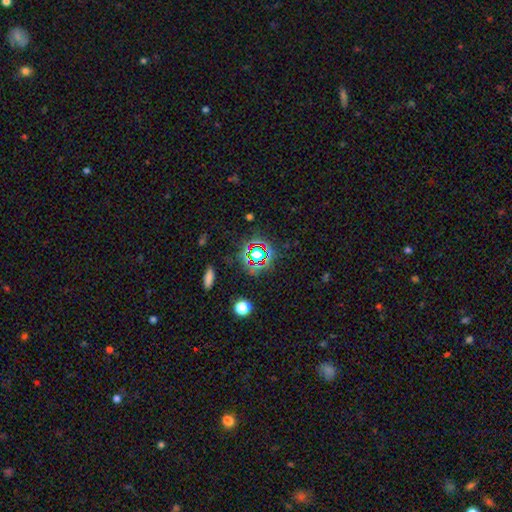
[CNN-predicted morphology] Smooth or featured? Predicted: star or artifact (p=0.66).